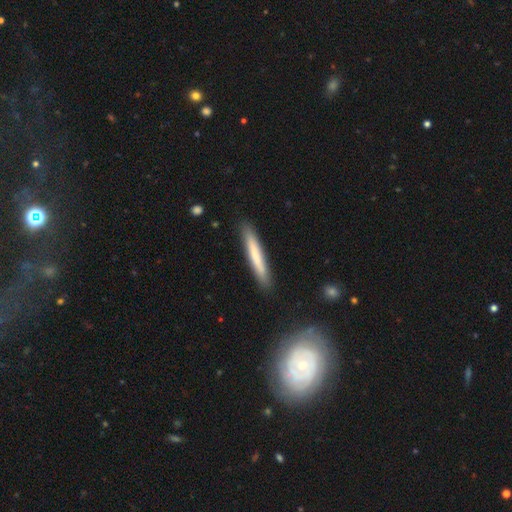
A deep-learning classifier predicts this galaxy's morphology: This is likely a smooth galaxy (69%). How rounded: clearly cigar-shaped (96%). Merging: clearly none (88%).